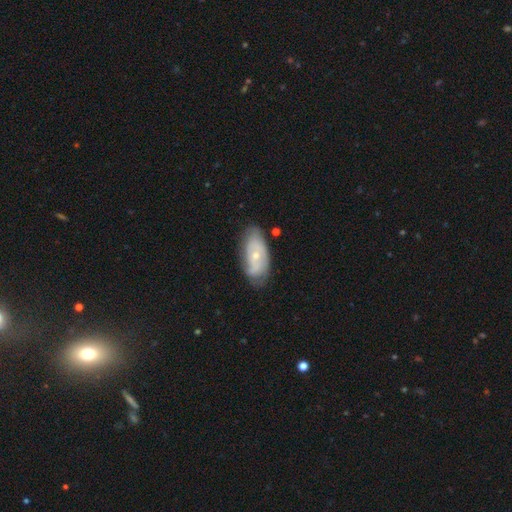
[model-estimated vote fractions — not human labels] Q: Smooth or featured?
A: featured or disk (60%); runner-up: smooth (34%)
Q: Edge-on disk?
A: no (91%); runner-up: yes (9%)
Q: Bar?
A: no (75%); runner-up: weak (21%)
Q: Spiral arms?
A: yes (71%); runner-up: no (29%)
Q: Bulge size?
A: small (62%); runner-up: moderate (35%)
Q: Merging?
A: none (69%); runner-up: minor disturbance (23%)